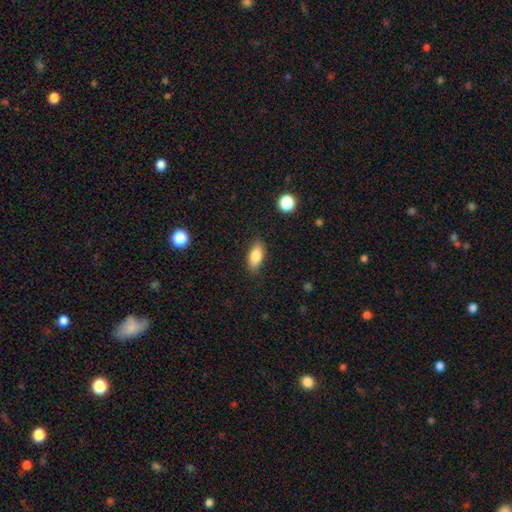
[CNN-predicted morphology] This appears to be a smooth galaxy with no disk features (84%) that is in between round and cigar-shaped (87%). Merging: none (86%).